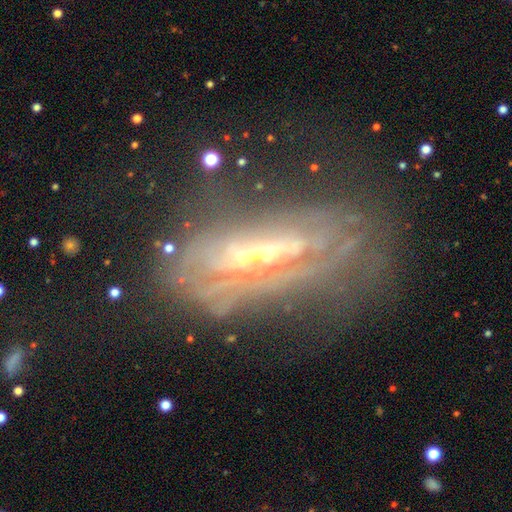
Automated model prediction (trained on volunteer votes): Smooth or featured? featured or disk (75%)
Edge-on disk? no (66%)
Merging? none (50%)